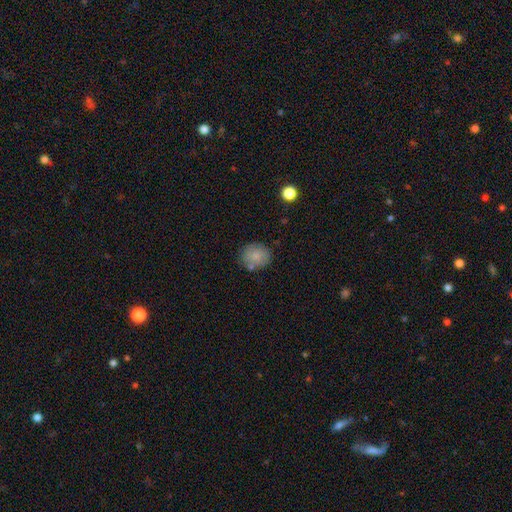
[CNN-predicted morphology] Smooth or featured? smooth (82%)
How rounded? round (70%)
Merging? none (77%)